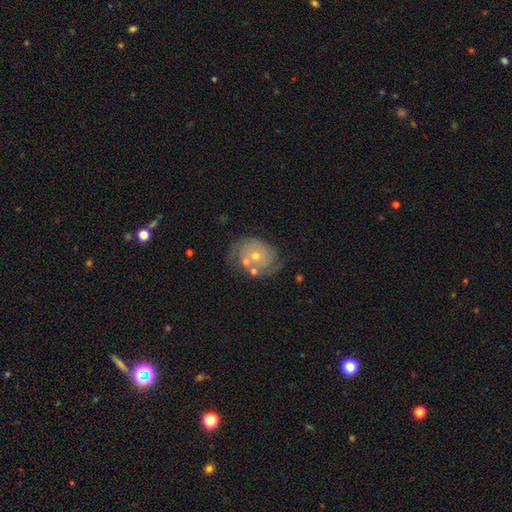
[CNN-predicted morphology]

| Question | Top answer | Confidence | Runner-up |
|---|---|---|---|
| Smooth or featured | featured or disk | 71% | smooth (19%) |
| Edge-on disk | no | 97% | yes (3%) |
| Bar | no | 81% | weak (15%) |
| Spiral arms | yes | 86% | no (14%) |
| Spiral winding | tight | 58% | medium (30%) |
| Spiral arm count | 2 | 47% | can't tell (30%) |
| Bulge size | small | 65% | moderate (30%) |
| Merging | none | 59% | minor disturbance (19%) |